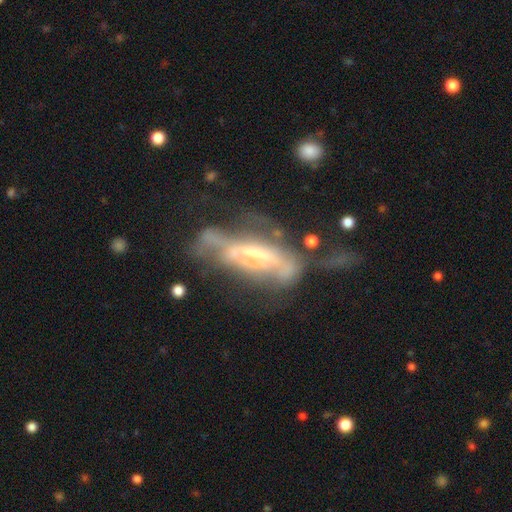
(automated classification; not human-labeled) This appears to be a featured or disk galaxy (68%). Merging: major disturbance (38%).